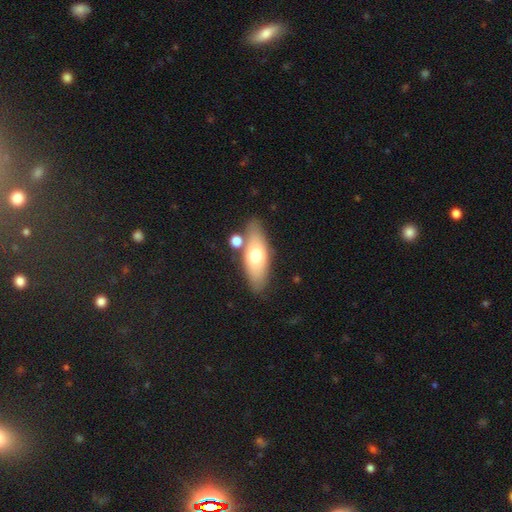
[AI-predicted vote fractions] This appears to be a smooth galaxy with no disk features (64%) that is in between round and cigar-shaped (70%). Merging: none (74%).